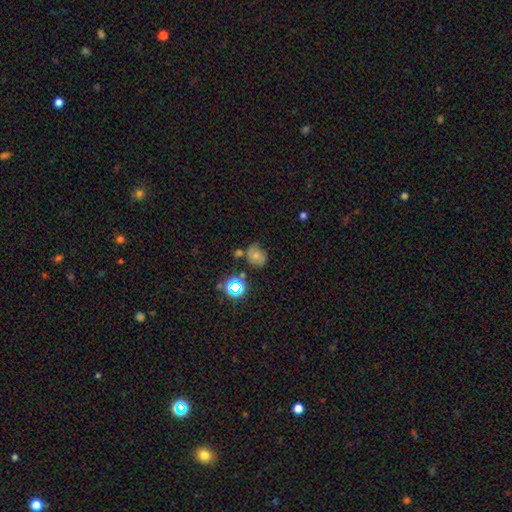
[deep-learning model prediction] Overall: smooth (56%; featured or disk 24%). How rounded: round (60%; in between 39%). Merging: none (52%; minor disturbance 28%).